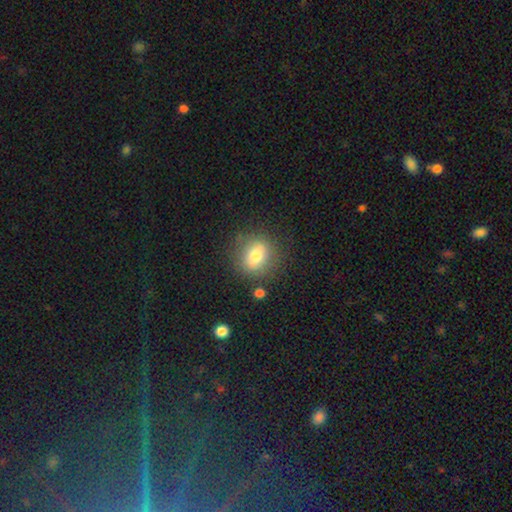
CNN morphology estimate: Smooth or featured? smooth (73%)
How rounded? round (67%)
Merging? none (79%)